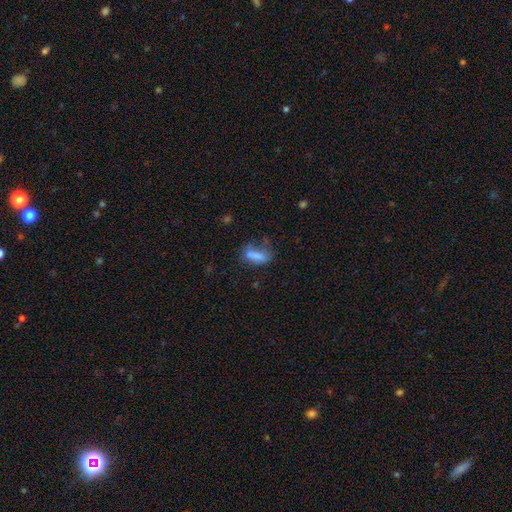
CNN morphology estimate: Overall: smooth (68%). How rounded: in between (70%). Merging: none (38%; minor disturbance 23%).